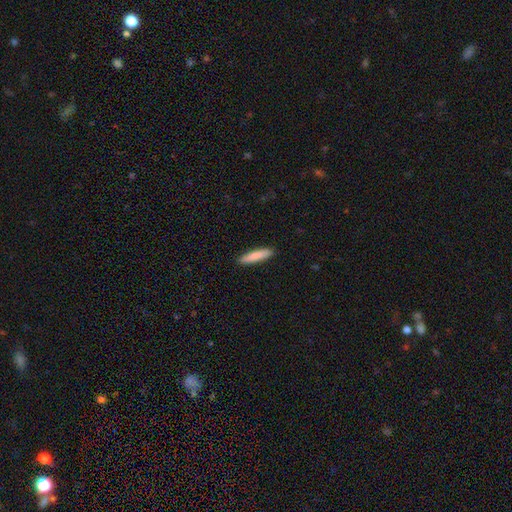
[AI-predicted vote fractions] Smooth or featured? smooth (84%)
How rounded? cigar-shaped (86%)
Merging? none (91%)